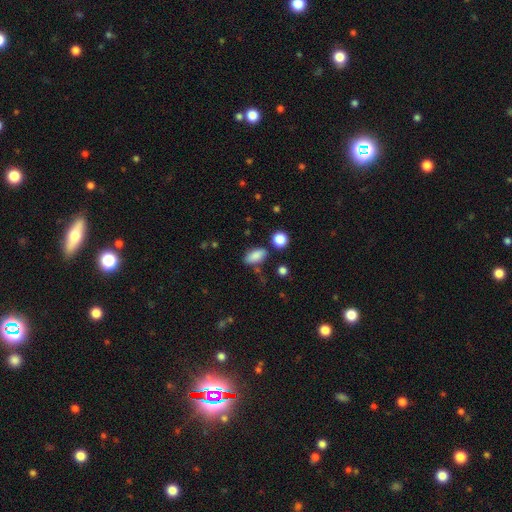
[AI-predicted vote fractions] smooth-or-featured: smooth: 85% | star or artifact: 9% | featured or disk: 6%
  how-rounded: in between: 86% | cigar-shaped: 7% | round: 6%
  merging: none: 74% | minor disturbance: 17% | merger: 5% | major disturbance: 4%